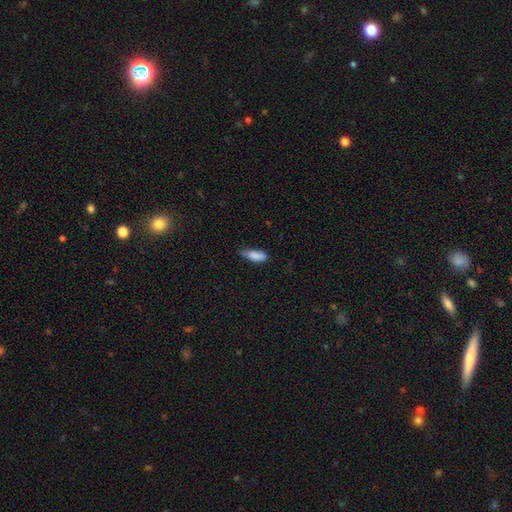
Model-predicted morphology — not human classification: This is clearly a smooth galaxy (85%). How rounded: likely in between (68%). Merging: possibly none (50%).